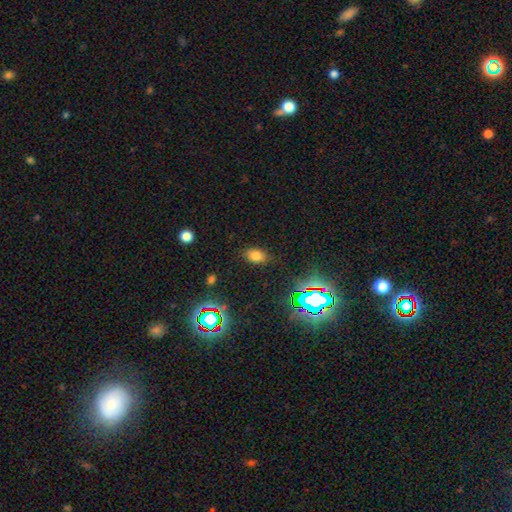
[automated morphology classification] Smooth or featured? smooth (71%)
How rounded? in between (82%)
Merging? none (84%)